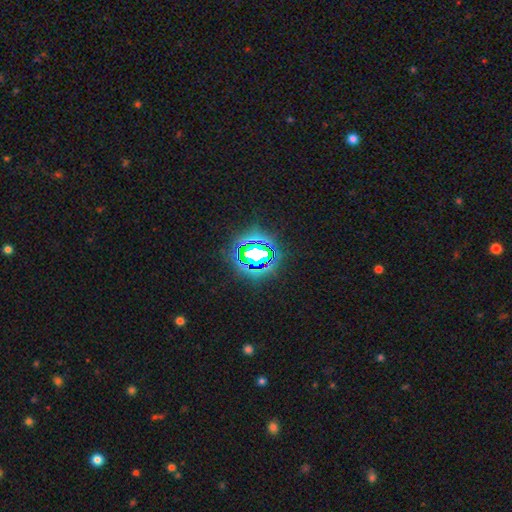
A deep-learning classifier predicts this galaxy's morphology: This appears to be a star or artifact, not a galaxy (71%).